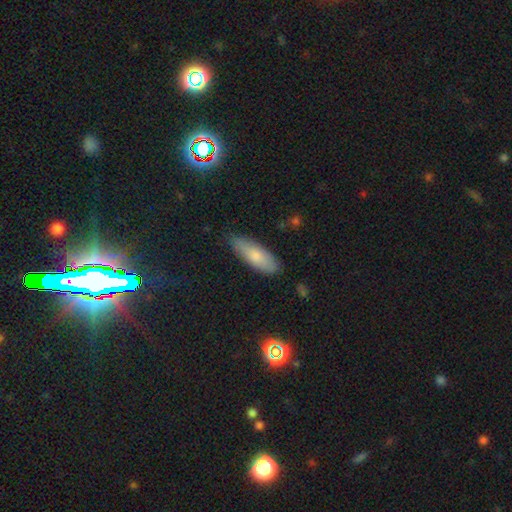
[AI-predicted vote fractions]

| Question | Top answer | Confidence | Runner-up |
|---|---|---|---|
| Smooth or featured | smooth | 71% | featured or disk (21%) |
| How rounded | in between | 61% | cigar-shaped (36%) |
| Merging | none | 78% | minor disturbance (18%) |